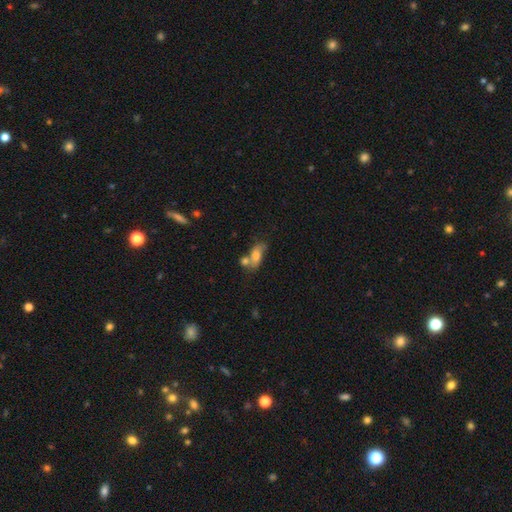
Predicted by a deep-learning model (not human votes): smooth-or-featured: smooth: 63% | featured or disk: 26% | star or artifact: 10%
  how-rounded: in between: 80% | round: 12% | cigar-shaped: 8%
  merging: merger: 42% | none: 32% | minor disturbance: 16% | major disturbance: 10%